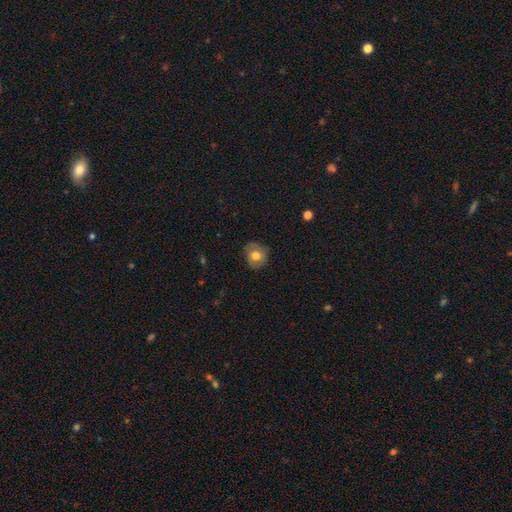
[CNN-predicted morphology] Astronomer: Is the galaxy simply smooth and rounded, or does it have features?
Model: smooth — 61%.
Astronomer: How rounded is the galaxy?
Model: round — 75%.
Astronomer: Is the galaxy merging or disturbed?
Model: none — 76%.